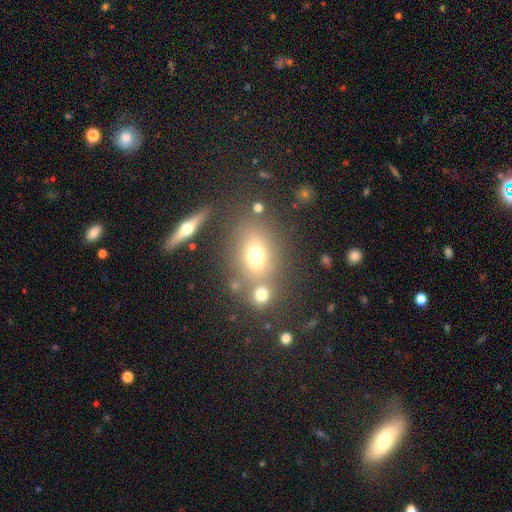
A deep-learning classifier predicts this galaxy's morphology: Smooth or featured?
  - smooth: 66% *
  - featured or disk: 19%
  - star or artifact: 15%
How rounded?
  - in between: 58% *
  - round: 39%
  - cigar-shaped: 3%
Merging?
  - none: 62% *
  - merger: 21%
  - minor disturbance: 12%
  - major disturbance: 5%